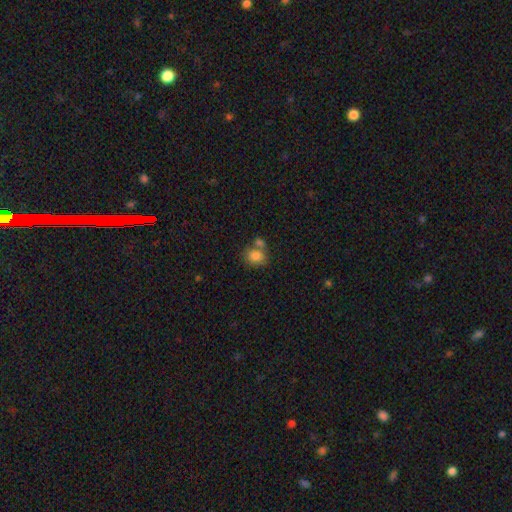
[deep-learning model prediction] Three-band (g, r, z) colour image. It shows a smooth galaxy with no disk features (82%) that is in between round and cigar-shaped (50%). Merging: none (47%).